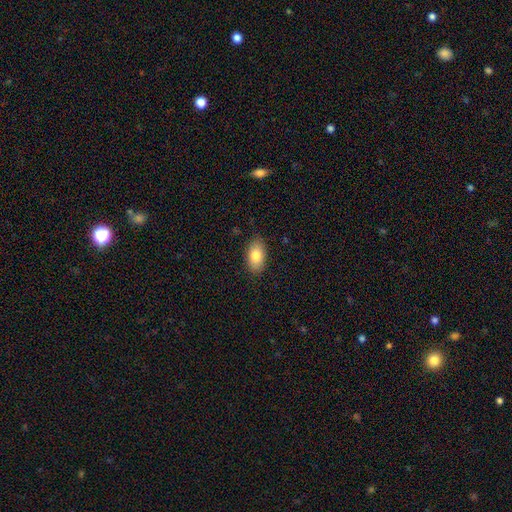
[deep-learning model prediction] Q: Smooth or featured?
A: smooth (83%); runner-up: featured or disk (10%)
Q: How rounded?
A: in between (93%); runner-up: round (5%)
Q: Merging?
A: none (86%); runner-up: minor disturbance (11%)